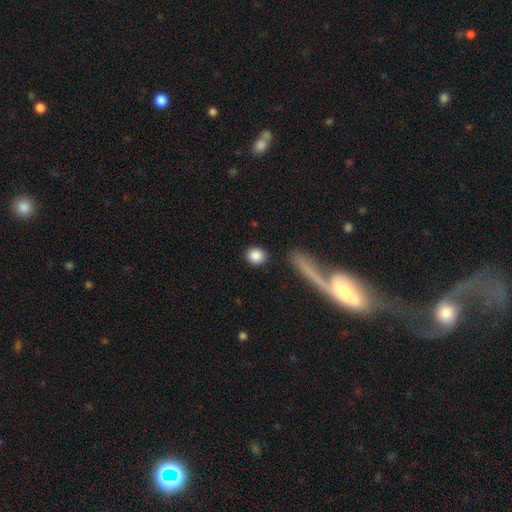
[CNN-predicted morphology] Smooth or featured?
  - smooth: 86% *
  - star or artifact: 8%
  - featured or disk: 6%
How rounded?
  - round: 67% *
  - in between: 30%
  - cigar-shaped: 3%
Merging?
  - none: 86% *
  - minor disturbance: 8%
  - merger: 3%
  - major disturbance: 3%